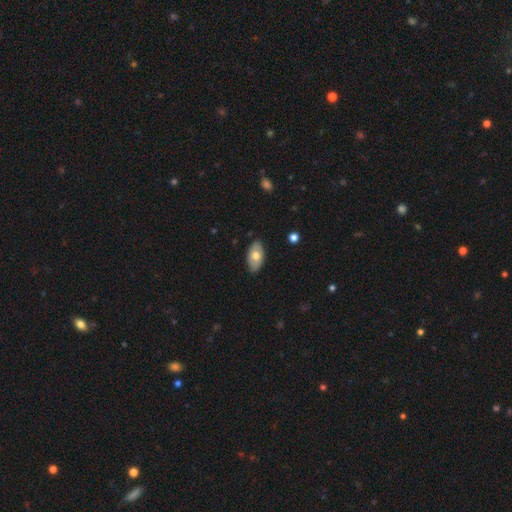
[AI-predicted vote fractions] The model was most divided on "smooth or featured": smooth: 66%, featured or disk: 28%, star or artifact: 6%. More confident: how rounded — in between (94%); merging — none (85%).